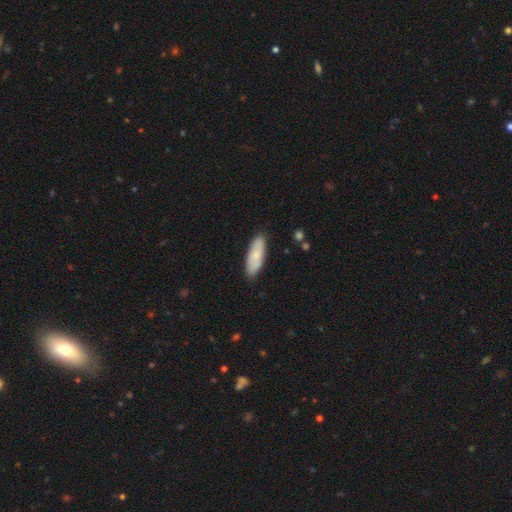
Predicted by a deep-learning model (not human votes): The model was most divided on "how rounded": in between: 69%, cigar-shaped: 29%, round: 2%. More confident: merging — none (85%); smooth or featured — smooth (76%).